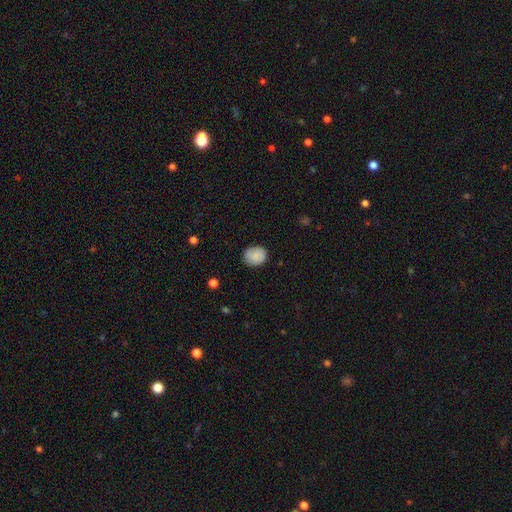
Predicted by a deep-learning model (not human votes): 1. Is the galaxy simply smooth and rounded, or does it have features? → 86% smooth, 7% star or artifact, 6% featured or disk.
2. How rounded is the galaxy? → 59% round, 40% in between, 1% cigar-shaped.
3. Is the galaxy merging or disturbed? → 79% none, 16% minor disturbance, 3% major disturbance, 1% merger.